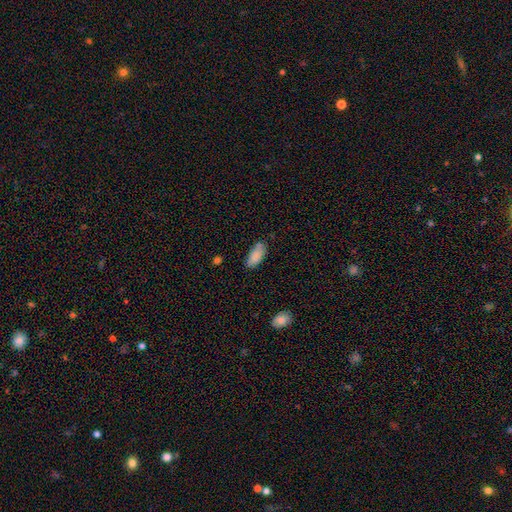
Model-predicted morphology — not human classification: Smooth or featured?
  - smooth: 85% *
  - star or artifact: 8%
  - featured or disk: 8%
How rounded?
  - in between: 88% *
  - cigar-shaped: 10%
  - round: 2%
Merging?
  - none: 67% *
  - minor disturbance: 21%
  - merger: 7%
  - major disturbance: 5%